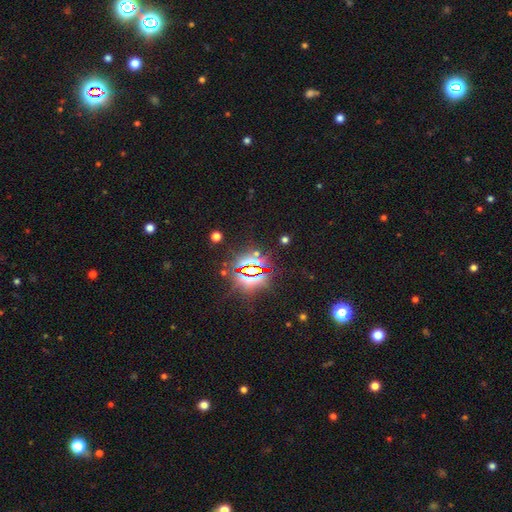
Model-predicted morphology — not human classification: The model was most divided on "smooth or featured": star or artifact: 83%, smooth: 9%, featured or disk: 8%.